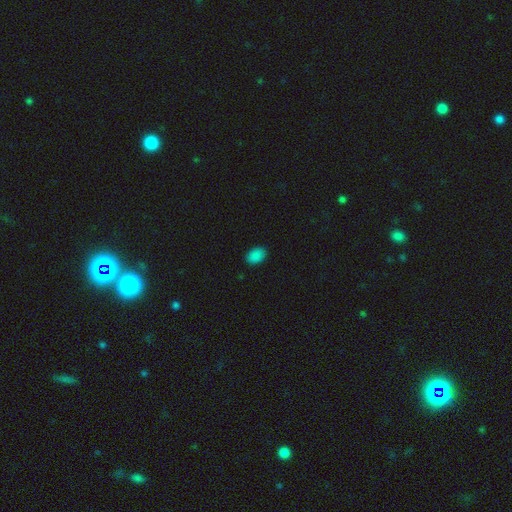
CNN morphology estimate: This appears to be a smooth galaxy with no disk features (86%) that is in between round and cigar-shaped (85%). Merging: none (88%).